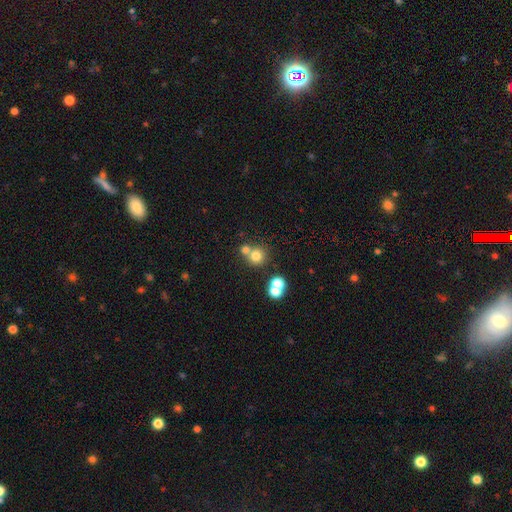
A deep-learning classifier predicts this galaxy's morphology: smooth 73%, star or artifact 16%, featured or disk 11%. Down the decision tree: how rounded — round (90%); merging — none (58%).